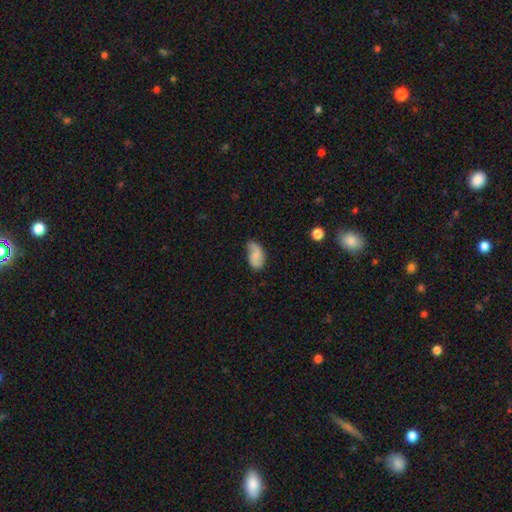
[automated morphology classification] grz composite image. It shows a smooth galaxy with no disk features (60%) that is in between round and cigar-shaped (92%). Merging: none (50%).